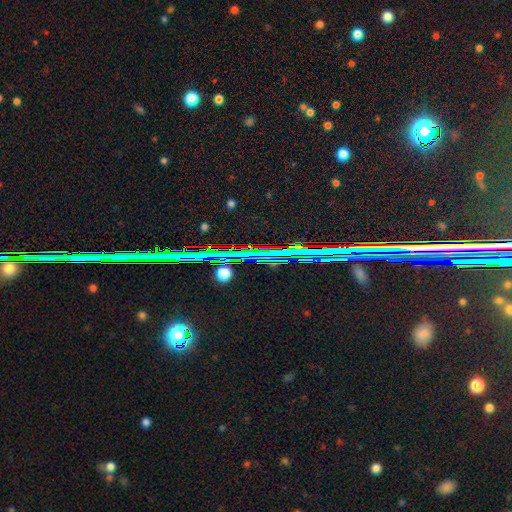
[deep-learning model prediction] Q: Smooth or featured?
A: star or artifact (77%); runner-up: featured or disk (14%)